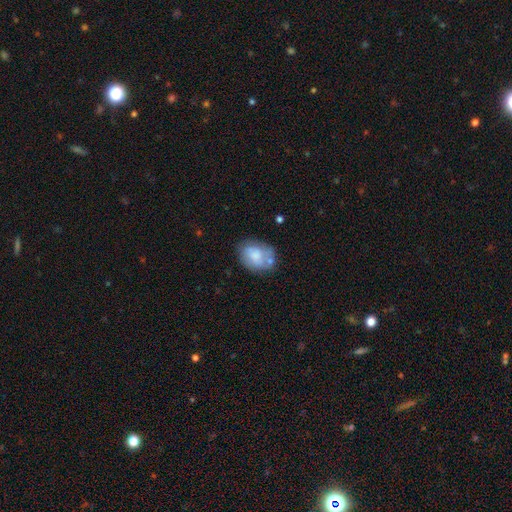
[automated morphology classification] smooth 62%, featured or disk 30%, star or artifact 8%. Down the decision tree: how rounded — in between (67%); merging — none (48%).